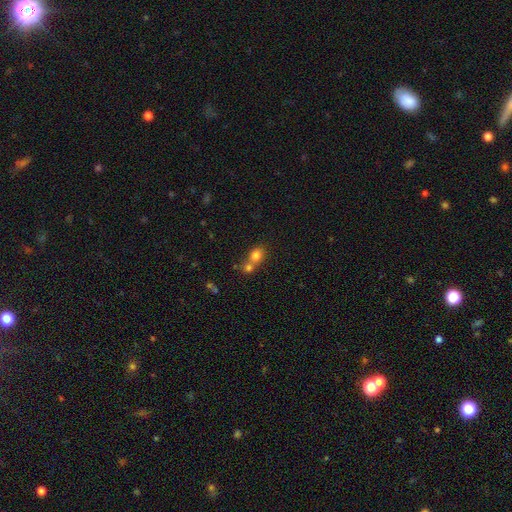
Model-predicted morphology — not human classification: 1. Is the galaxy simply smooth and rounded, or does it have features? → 77% smooth, 12% star or artifact, 11% featured or disk.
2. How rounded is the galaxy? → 62% round, 36% in between, 1% cigar-shaped.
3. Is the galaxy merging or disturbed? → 56% merger, 35% none, 7% minor disturbance, 3% major disturbance.